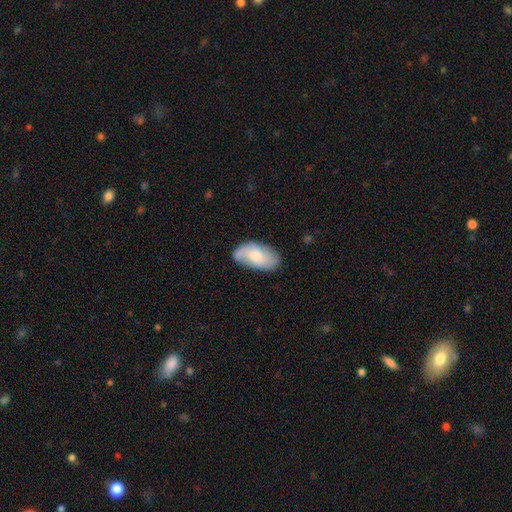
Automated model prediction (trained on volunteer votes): A smooth galaxy with no disk features (53%) that is in between round and cigar-shaped (94%).

Vote fractions:
- Smooth or featured? smooth: 53% / featured or disk: 40% / star or artifact: 7%
- How rounded? in between: 94% / round: 4% / cigar-shaped: 2%
- Merging? none: 70% / minor disturbance: 22% / major disturbance: 6% / merger: 2%